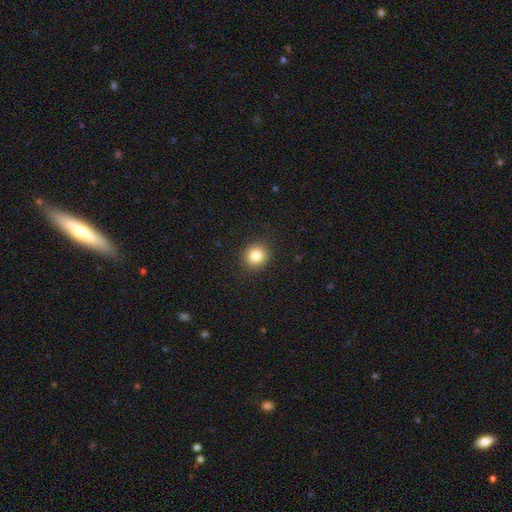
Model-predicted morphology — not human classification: A smooth galaxy with no disk features (83%) that is round (89%). Merging: none (91%).